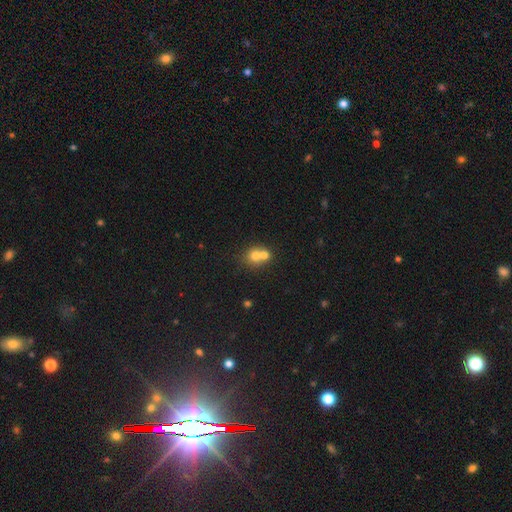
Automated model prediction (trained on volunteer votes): A smooth galaxy with no disk features (70%) that is round (77%). Merging: merger (64%).